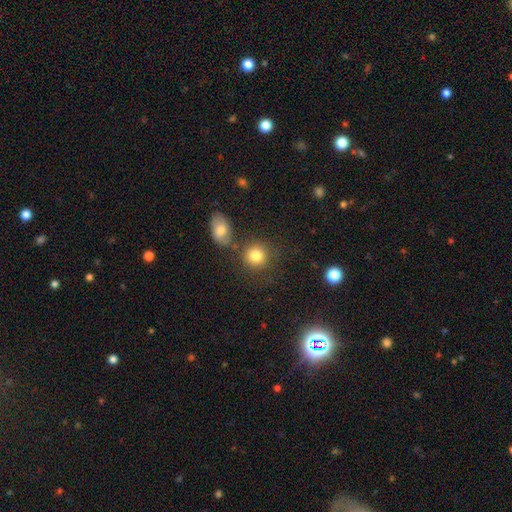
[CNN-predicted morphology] Smooth or featured?
  - smooth: 81% *
  - star or artifact: 11%
  - featured or disk: 8%
How rounded?
  - round: 86% *
  - in between: 13%
  - cigar-shaped: 1%
Merging?
  - none: 72% *
  - merger: 13%
  - minor disturbance: 11%
  - major disturbance: 5%